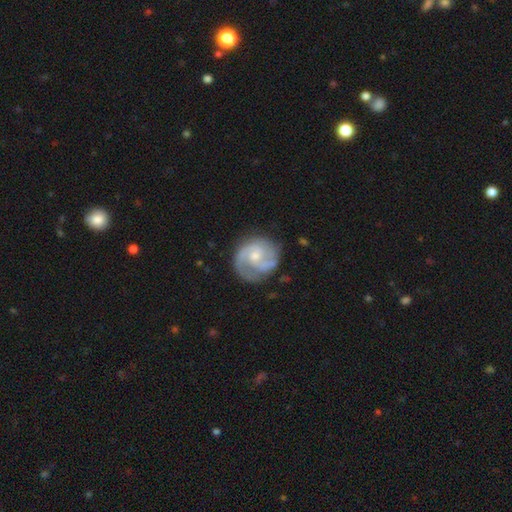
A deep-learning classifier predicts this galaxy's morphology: smooth_or_featured: featured or disk (p=0.80) [alt: smooth p=0.15]
disk_edge_on: no (p=0.98) [alt: yes p=0.02]
bar: no (p=0.61) [alt: weak p=0.34]
has_spiral_arms: yes (p=0.93) [alt: no p=0.07]
spiral_winding: medium (p=0.47) [alt: tight p=0.36]
spiral_arm_count: 2 (p=0.68) [alt: can't tell p=0.12]
bulge_size: small (p=0.49) [alt: moderate p=0.43]
merging: none (p=0.69) [alt: minor disturbance p=0.19]